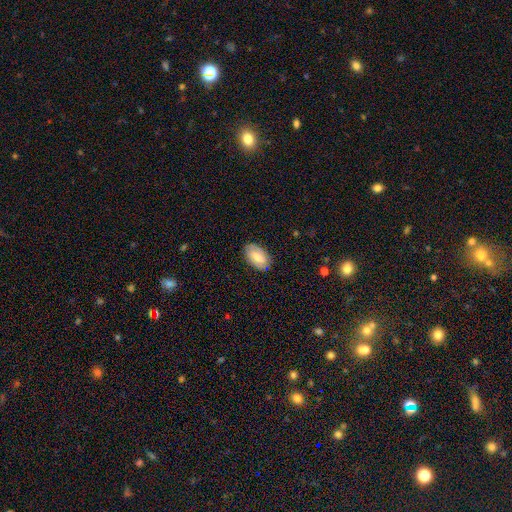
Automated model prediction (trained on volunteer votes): The model was most divided on "smooth or featured": smooth: 61%, featured or disk: 32%, star or artifact: 7%. More confident: how rounded — in between (93%); merging — none (83%).